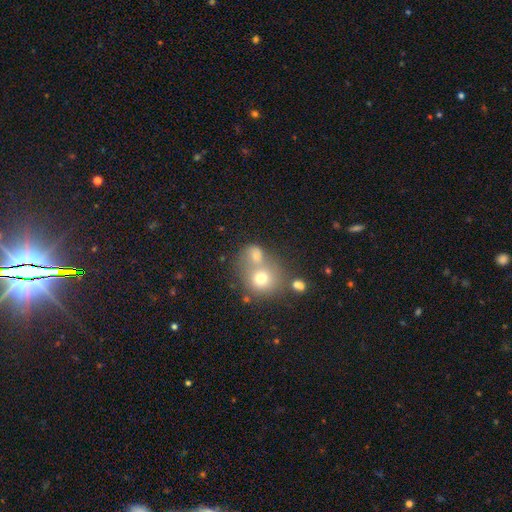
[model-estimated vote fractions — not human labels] Smooth or featured: smooth — 70% (featured or disk — 16%)
How rounded: round — 68% (in between — 30%)
Merging: merger — 51% (none — 33%)